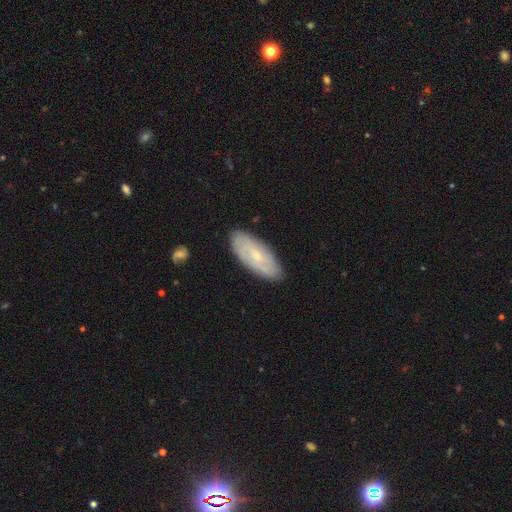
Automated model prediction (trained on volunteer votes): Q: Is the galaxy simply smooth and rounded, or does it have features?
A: featured or disk — 49%.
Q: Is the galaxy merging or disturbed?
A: none — 84%.